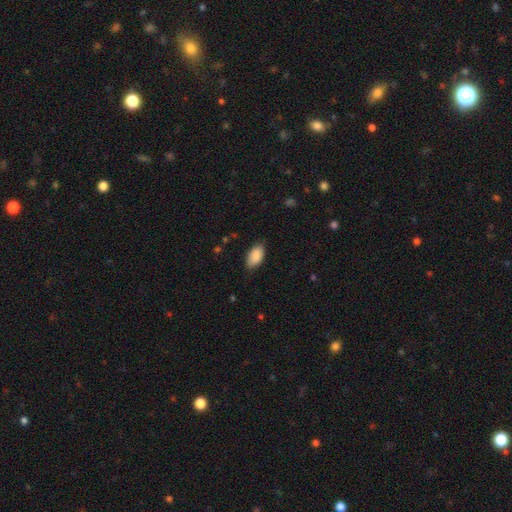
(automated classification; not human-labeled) A smooth galaxy with no disk features (89%) that is in between round and cigar-shaped (94%).

Vote fractions:
- Smooth or featured? smooth: 89% / star or artifact: 6% / featured or disk: 5%
- How rounded? in between: 94% / round: 3% / cigar-shaped: 3%
- Merging? none: 79% / minor disturbance: 17% / major disturbance: 3% / merger: 1%